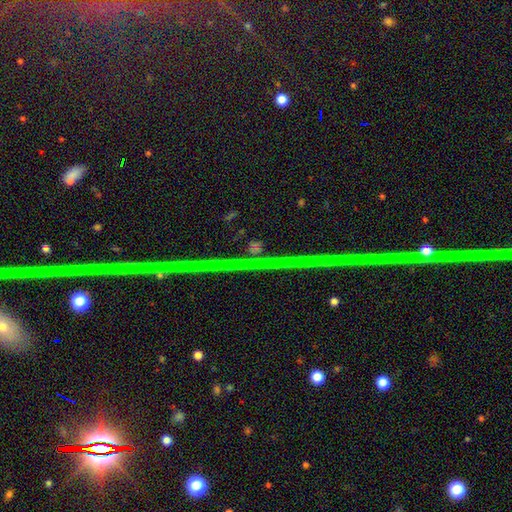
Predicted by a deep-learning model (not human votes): Morphology: type=star or artifact (86%).